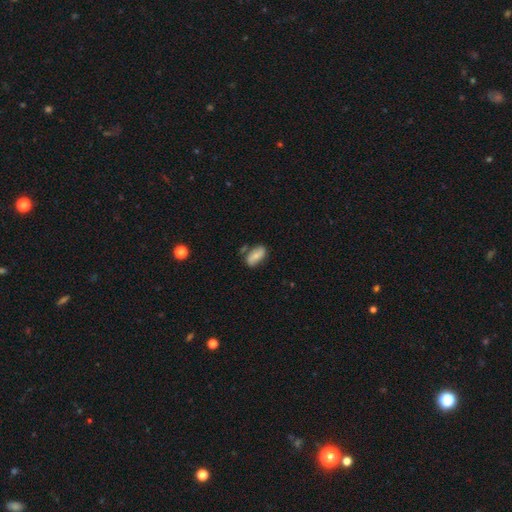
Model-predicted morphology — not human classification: smooth-or-featured: smooth: 66% | featured or disk: 26% | star or artifact: 8%
  how-rounded: in between: 91% | round: 5% | cigar-shaped: 5%
  merging: none: 67% | minor disturbance: 21% | merger: 7% | major disturbance: 5%